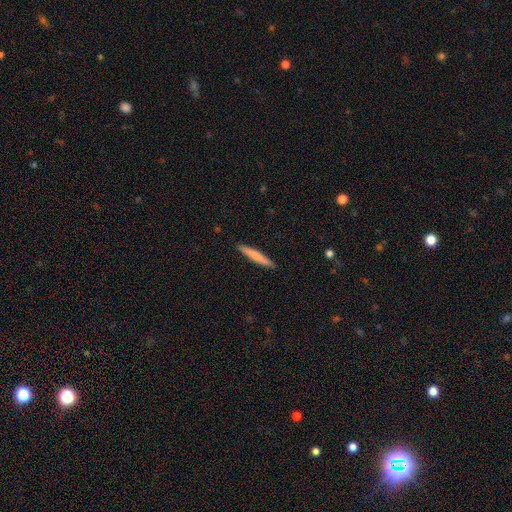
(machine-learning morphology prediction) Overall: smooth (72%). How rounded: cigar-shaped (95%). Merging: none (92%).